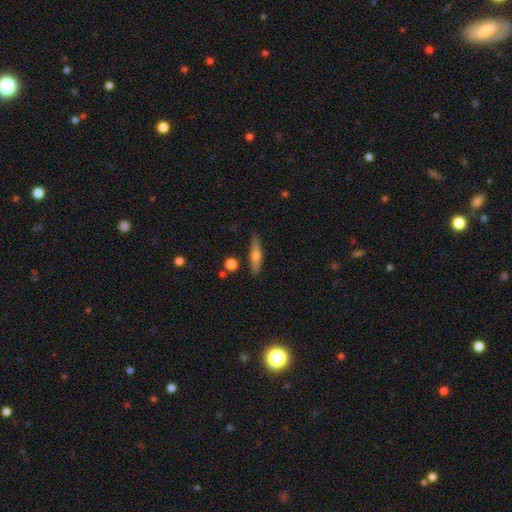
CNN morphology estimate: Smooth or featured? smooth (62%)
How rounded? cigar-shaped (74%)
Merging? none (83%)